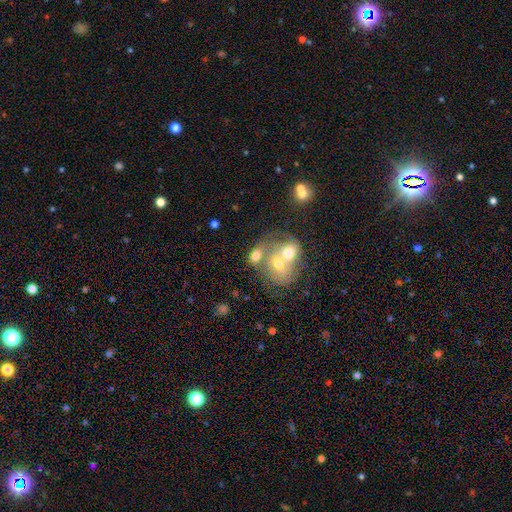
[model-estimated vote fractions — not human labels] A smooth galaxy with no disk features (56%) that is in between round and cigar-shaped (66%). Merging: merger (72%).